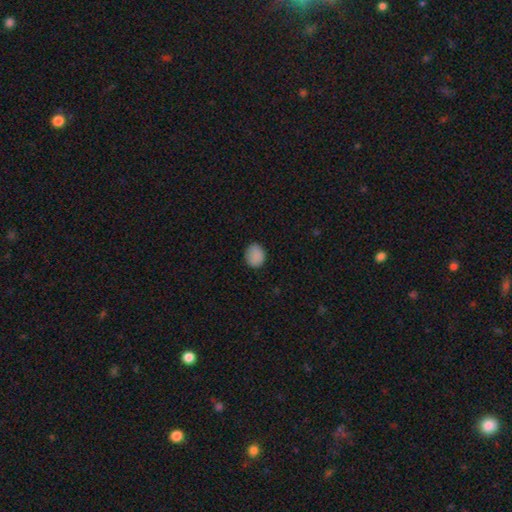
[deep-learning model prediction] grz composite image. It shows a smooth galaxy with no disk features (87%) that is round (59%). Merging: none (84%).